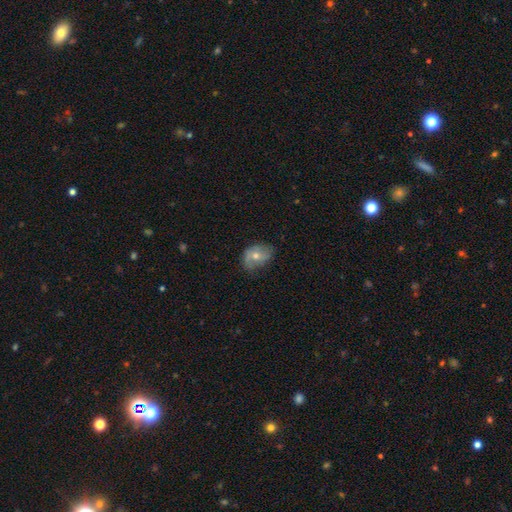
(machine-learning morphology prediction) Smooth or featured? featured or disk (49%)
Merging? none (62%)